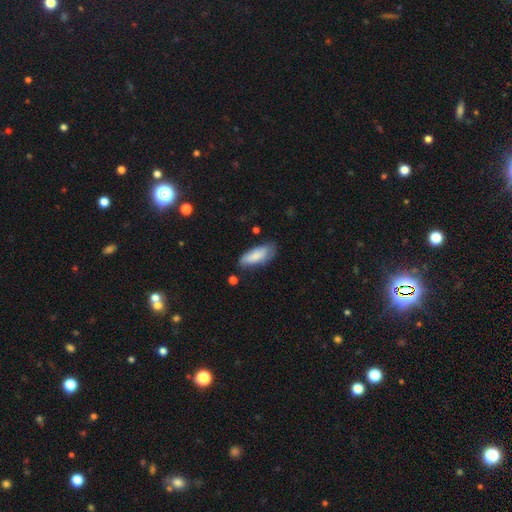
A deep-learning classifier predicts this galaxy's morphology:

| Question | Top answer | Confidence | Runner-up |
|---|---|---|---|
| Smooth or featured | smooth | 80% | featured or disk (14%) |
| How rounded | in between | 79% | cigar-shaped (19%) |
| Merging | none | 62% | minor disturbance (28%) |